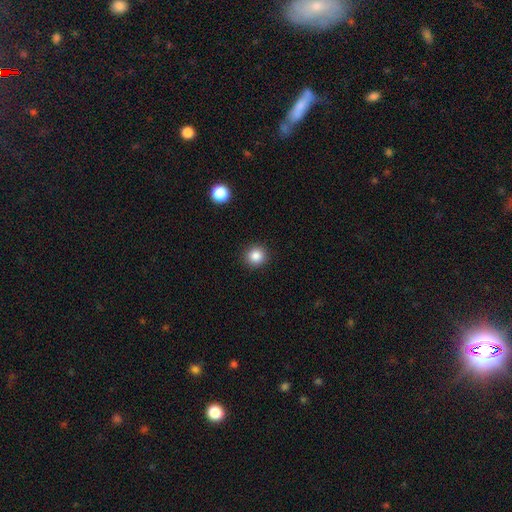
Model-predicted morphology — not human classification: Smooth or featured: smooth — 85% (star or artifact — 11%)
How rounded: round — 91% (in between — 8%)
Merging: none — 91% (minor disturbance — 6%)